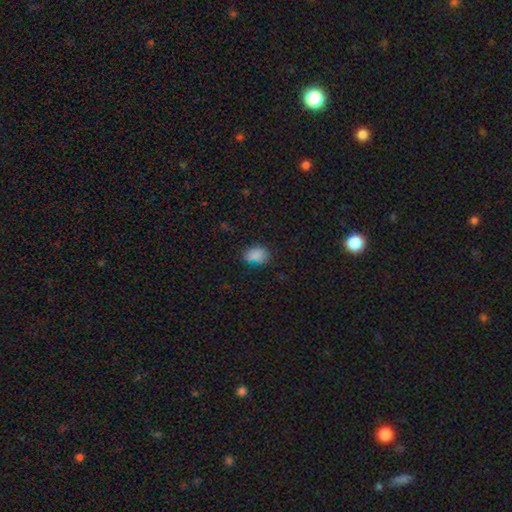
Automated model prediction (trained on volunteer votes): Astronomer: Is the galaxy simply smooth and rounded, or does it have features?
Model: smooth — 77%.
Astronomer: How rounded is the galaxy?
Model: in between — 72%.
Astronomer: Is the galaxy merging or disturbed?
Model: none — 75%.